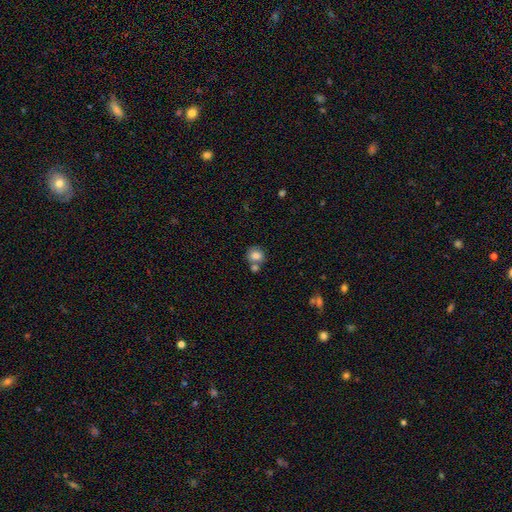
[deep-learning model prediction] smooth-or-featured: smooth: 82% | star or artifact: 9% | featured or disk: 9%
  how-rounded: round: 74% | in between: 25% | cigar-shaped: 1%
  merging: none: 54% | merger: 31% | minor disturbance: 11% | major disturbance: 4%